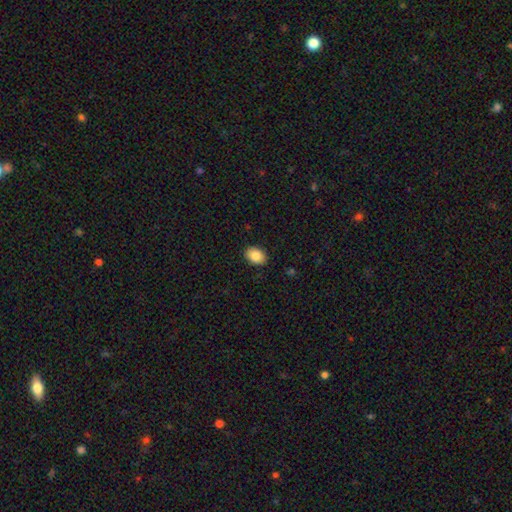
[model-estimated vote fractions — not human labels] Smooth or featured? smooth (85%)
How rounded? in between (76%)
Merging? none (89%)